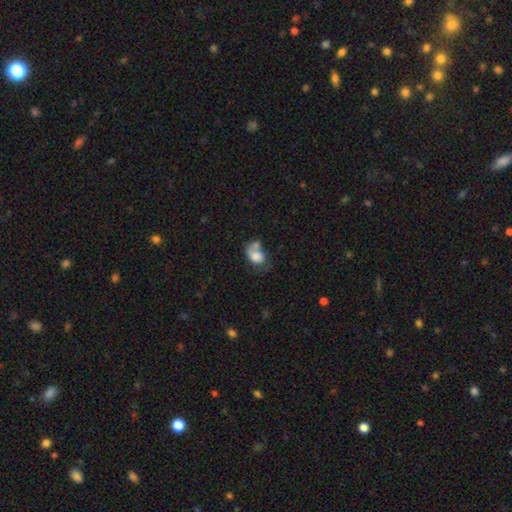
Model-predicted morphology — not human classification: Overall: smooth (72%). How rounded: in between (74%). Merging: merger (42%; none 24%).